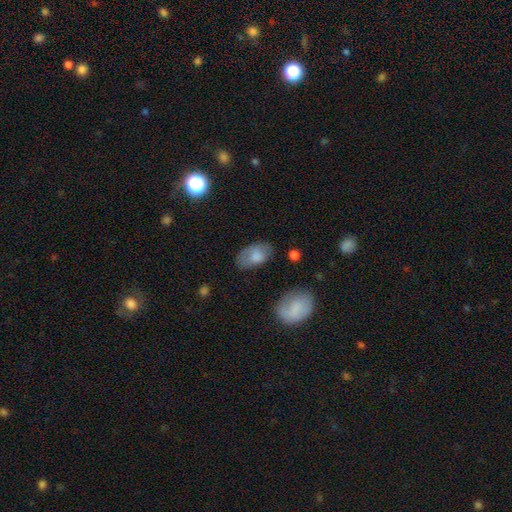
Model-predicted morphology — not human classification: smooth 71%, featured or disk 22%, star or artifact 7%. Down the decision tree: how rounded — in between (93%); merging — none (68%).